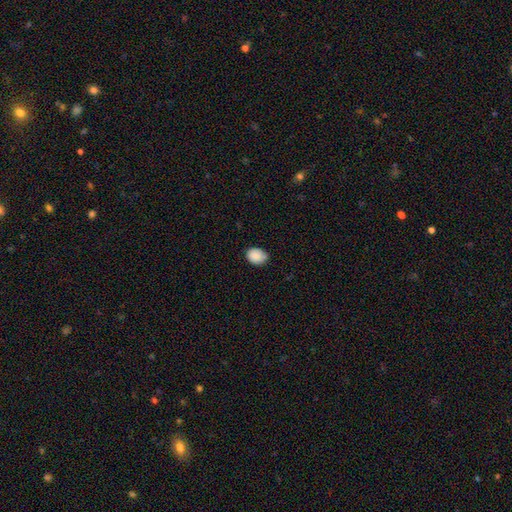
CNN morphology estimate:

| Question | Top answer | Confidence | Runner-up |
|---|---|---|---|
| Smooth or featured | smooth | 87% | star or artifact (8%) |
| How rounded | in between | 61% | round (38%) |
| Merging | none | 76% | minor disturbance (21%) |